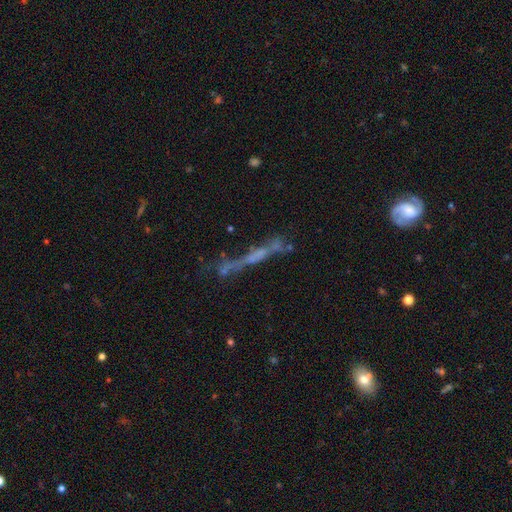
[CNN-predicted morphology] The model was most divided on "smooth or featured": featured or disk: 52%, smooth: 28%, star or artifact: 20%. Remaining: edge-on disk — yes (63%); merging — none (48%).